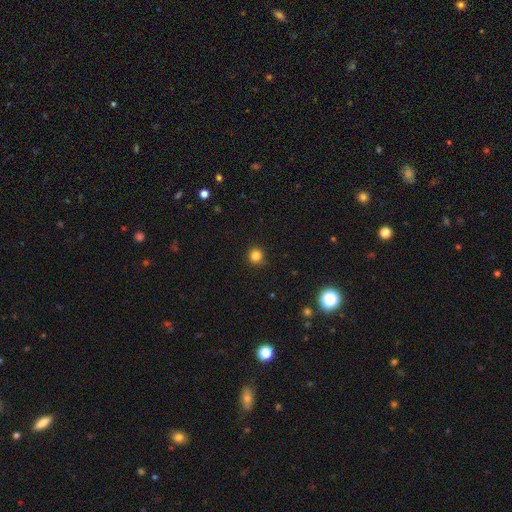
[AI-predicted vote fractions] This appears to be a smooth galaxy with no disk features (83%) that is round (95%). Merging: none (92%).